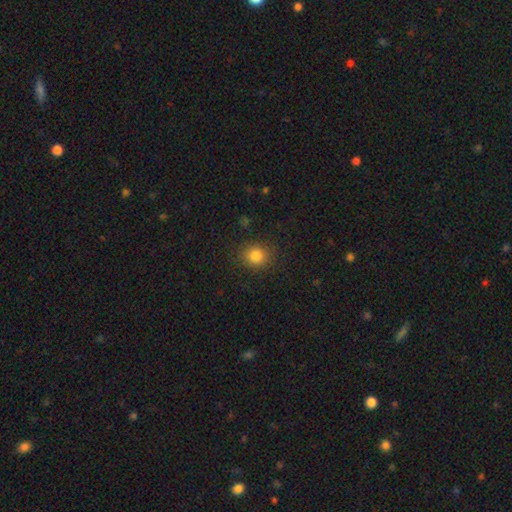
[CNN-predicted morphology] This appears to be a smooth galaxy with no disk features (83%) that is round (80%). Merging: none (88%).